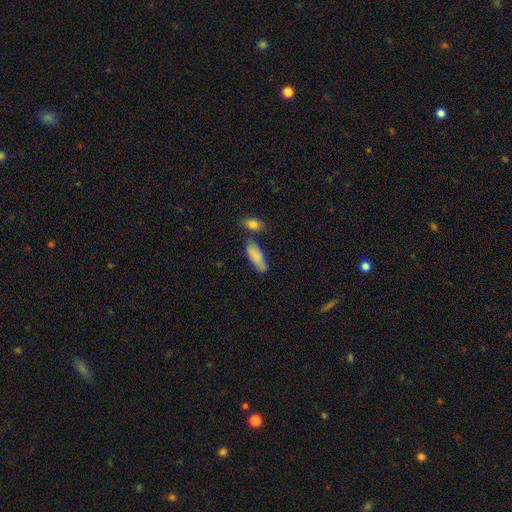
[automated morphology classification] smooth-or-featured: smooth: 85% | featured or disk: 9% | star or artifact: 6%
  how-rounded: in between: 63% | cigar-shaped: 35% | round: 2%
  merging: none: 64% | minor disturbance: 20% | merger: 11% | major disturbance: 5%